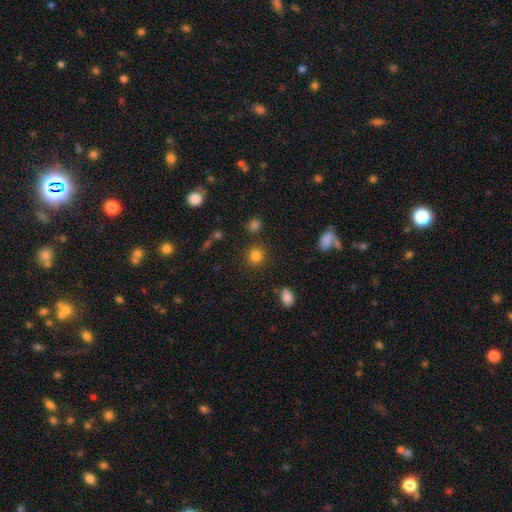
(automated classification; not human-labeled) A smooth galaxy with no disk features (82%) that is round (90%). Merging: none (86%).